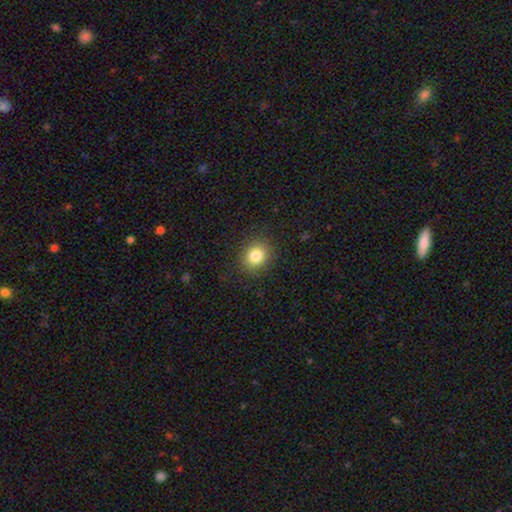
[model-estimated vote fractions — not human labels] Smooth or featured: smooth — 83% (star or artifact — 11%)
How rounded: round — 74% (in between — 25%)
Merging: none — 87% (minor disturbance — 9%)